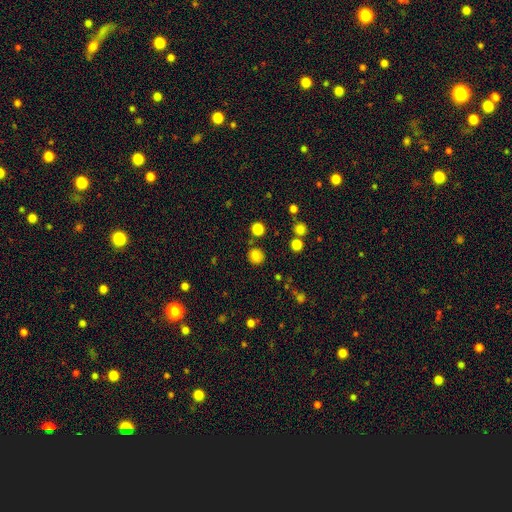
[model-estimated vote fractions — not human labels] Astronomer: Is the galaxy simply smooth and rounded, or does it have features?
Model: smooth — 81%.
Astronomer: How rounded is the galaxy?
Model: round — 85%.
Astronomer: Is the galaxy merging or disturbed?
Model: none — 84%.